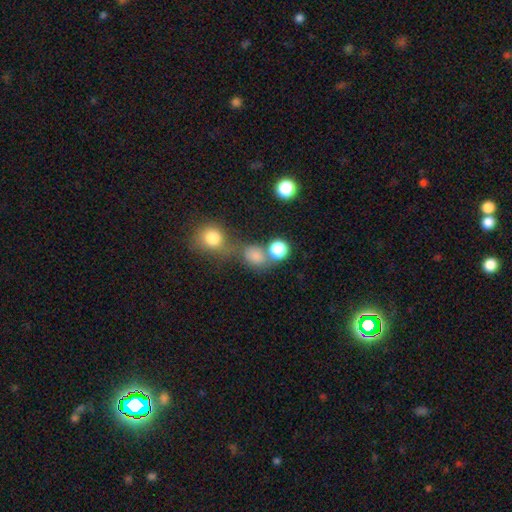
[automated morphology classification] Smooth or featured? Predicted: smooth (p=0.78). How rounded? Predicted: round (p=0.63). Merging? Predicted: none (p=0.49).